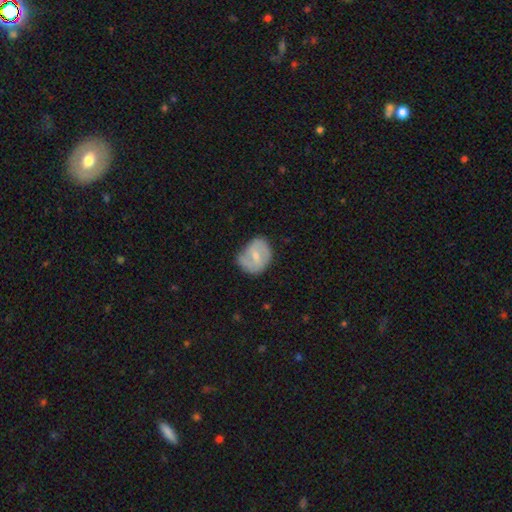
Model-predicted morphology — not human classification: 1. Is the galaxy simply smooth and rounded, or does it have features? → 47% smooth, 46% featured or disk, 6% star or artifact.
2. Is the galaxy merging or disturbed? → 48% none, 36% minor disturbance, 12% major disturbance, 4% merger.